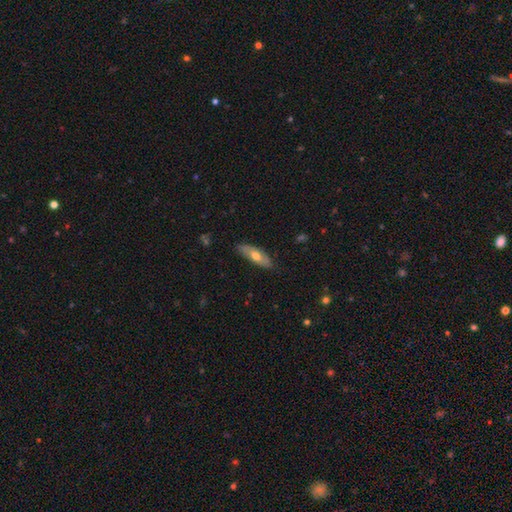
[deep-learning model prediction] smooth_or_featured: smooth (p=0.56) [alt: featured or disk p=0.39]
how_rounded: in between (p=0.68) [alt: cigar-shaped p=0.30]
merging: none (p=0.82) [alt: minor disturbance p=0.15]